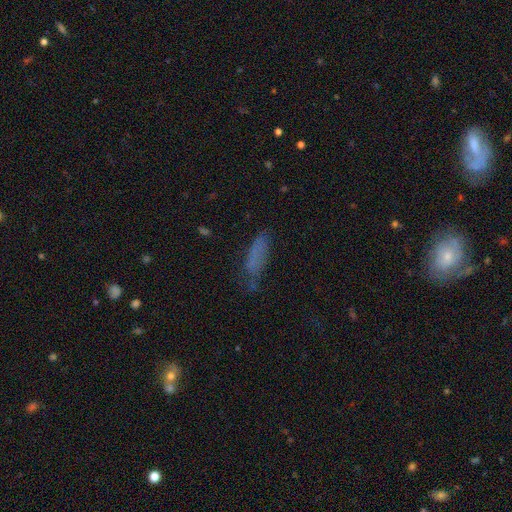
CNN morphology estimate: smooth 68%, featured or disk 18%, star or artifact 14%. Down the decision tree: how rounded — cigar-shaped (54%); merging — none (52%).